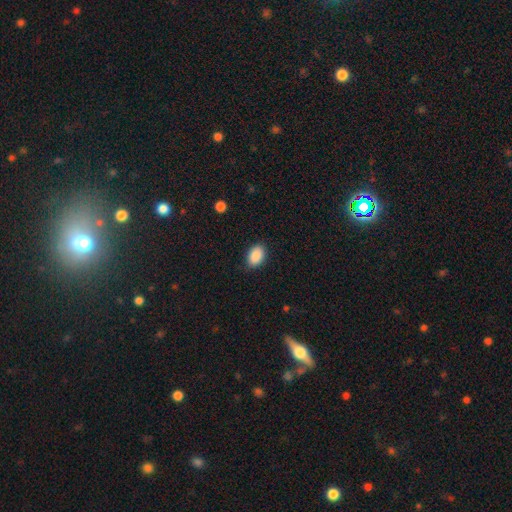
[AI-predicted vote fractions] This appears to be a smooth galaxy with no disk features (90%) that is in between round and cigar-shaped (88%). Merging: none (86%).